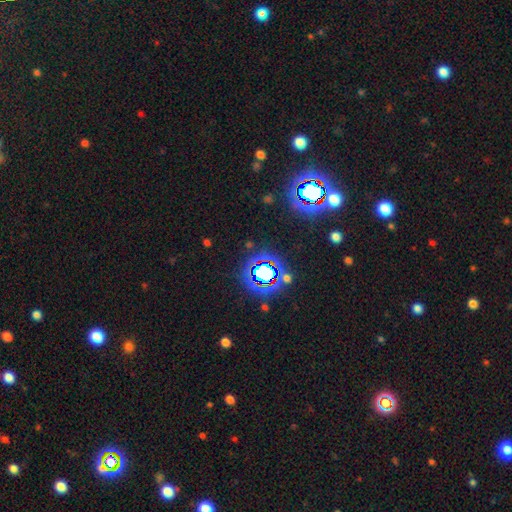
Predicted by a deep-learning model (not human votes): Overall: star or artifact (83%).